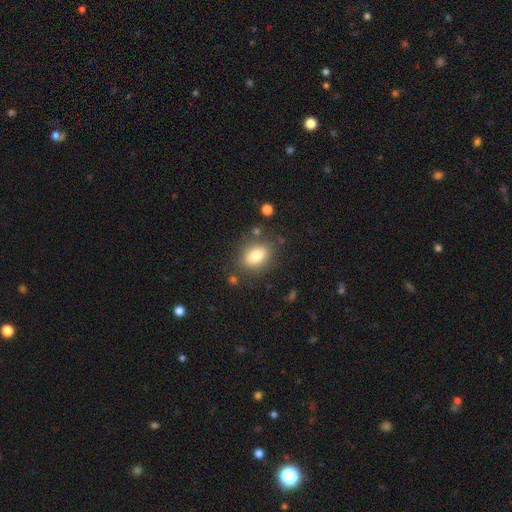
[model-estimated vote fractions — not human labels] Smooth or featured? smooth (80%)
How rounded? in between (80%)
Merging? none (79%)